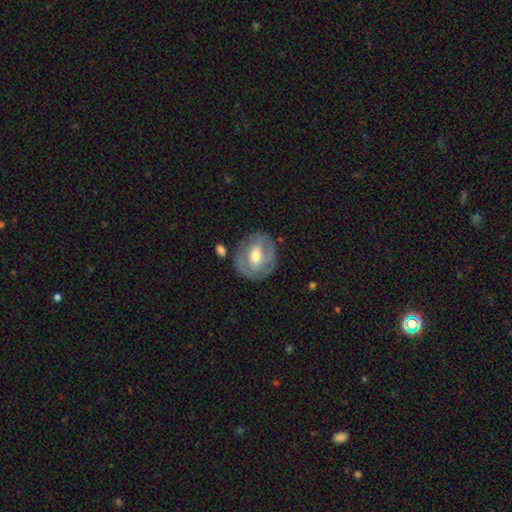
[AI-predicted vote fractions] smooth-or-featured: featured or disk: 65% | smooth: 29% | star or artifact: 6%
  disk-edge-on: no: 95% | yes: 5%
    bar: weak: 45% | no: 33% | strong: 22%
    has-spiral-arms: yes: 68% | no: 32%
    bulge-size: moderate: 71% | small: 21% | large: 6% | none: 1% | dominant: 1%
  merging: none: 77% | minor disturbance: 15% | major disturbance: 5% | merger: 3%